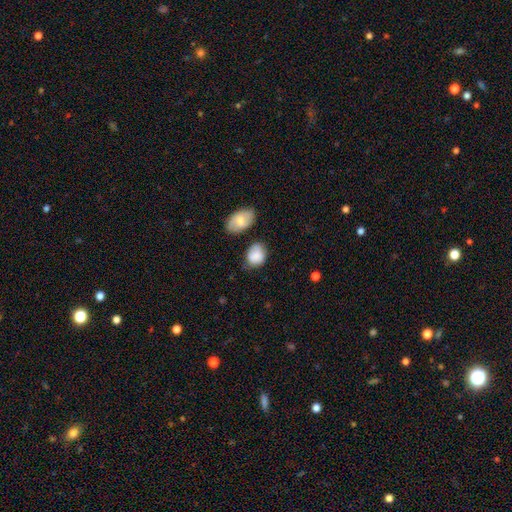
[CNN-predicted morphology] Smooth or featured?
  - smooth: 82% *
  - featured or disk: 10%
  - star or artifact: 7%
How rounded?
  - in between: 63% *
  - round: 36%
  - cigar-shaped: 1%
Merging?
  - none: 56% *
  - minor disturbance: 29%
  - merger: 8%
  - major disturbance: 7%